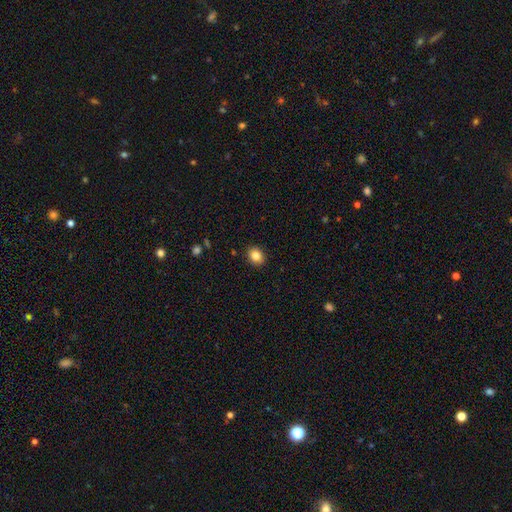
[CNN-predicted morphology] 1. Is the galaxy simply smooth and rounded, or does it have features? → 84% smooth, 10% star or artifact, 7% featured or disk.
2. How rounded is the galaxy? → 55% round, 44% in between, 1% cigar-shaped.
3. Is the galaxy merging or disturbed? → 90% none, 7% minor disturbance, 2% major disturbance, 1% merger.